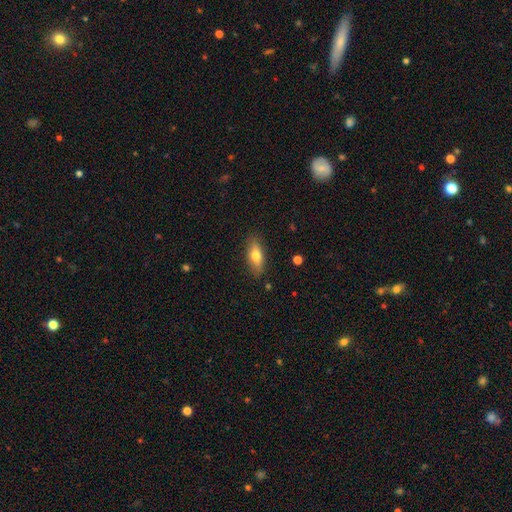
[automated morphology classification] Q: Smooth or featured?
A: smooth (69%); runner-up: featured or disk (24%)
Q: How rounded?
A: in between (71%); runner-up: cigar-shaped (26%)
Q: Merging?
A: none (86%); runner-up: minor disturbance (10%)